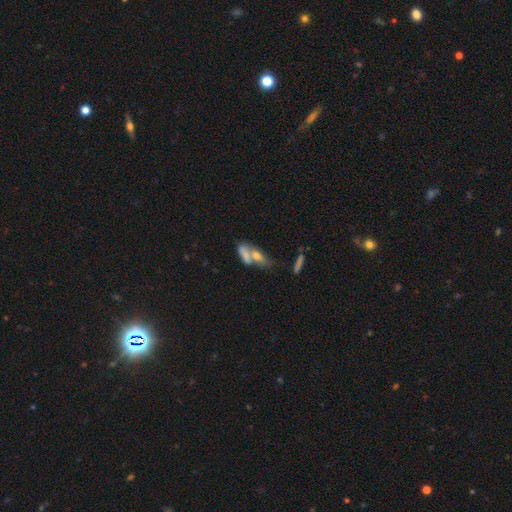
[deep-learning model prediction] Morphology: type=smooth (58%); roundness=in between (59%); merging=merger (51%).